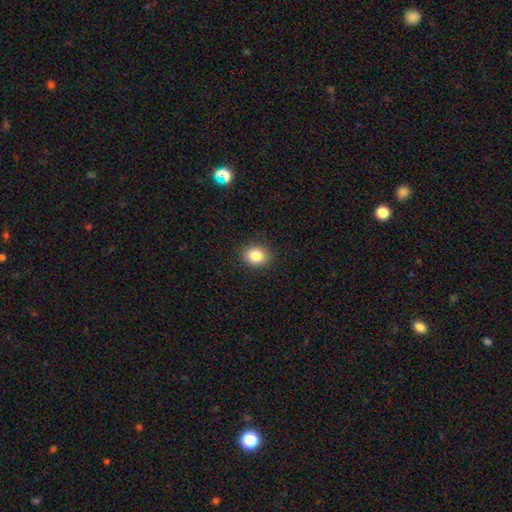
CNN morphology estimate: smooth-or-featured: smooth: 85% | star or artifact: 10% | featured or disk: 5%
  how-rounded: round: 59% | in between: 40% | cigar-shaped: 1%
  merging: none: 89% | minor disturbance: 8% | major disturbance: 2% | merger: 1%